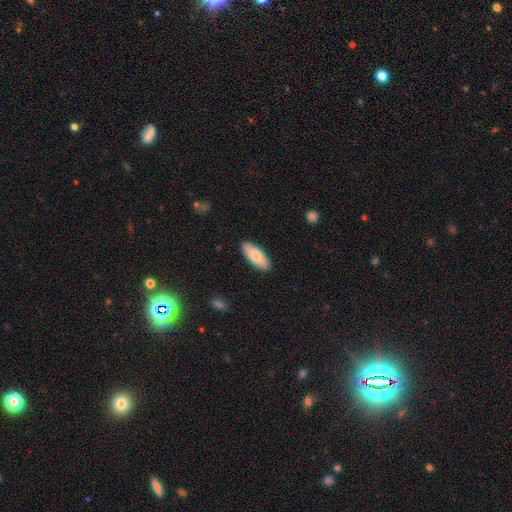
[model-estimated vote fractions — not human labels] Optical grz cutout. It shows a smooth galaxy with no disk features (81%) that is in between round and cigar-shaped (78%). Merging: none (88%).